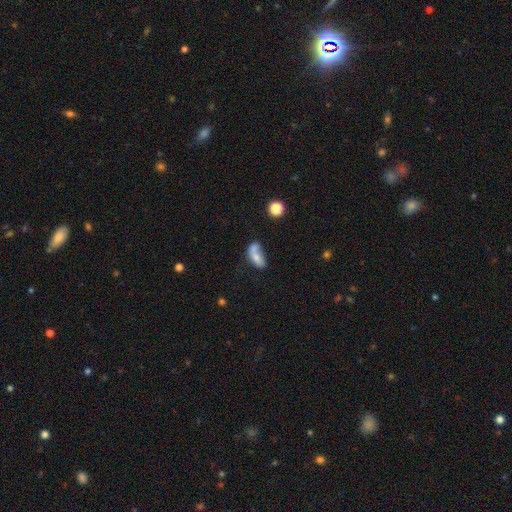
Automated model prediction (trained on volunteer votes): smooth 65%, featured or disk 25%, star or artifact 10%. Down the decision tree: how rounded — in between (81%); merging — merger (49%).